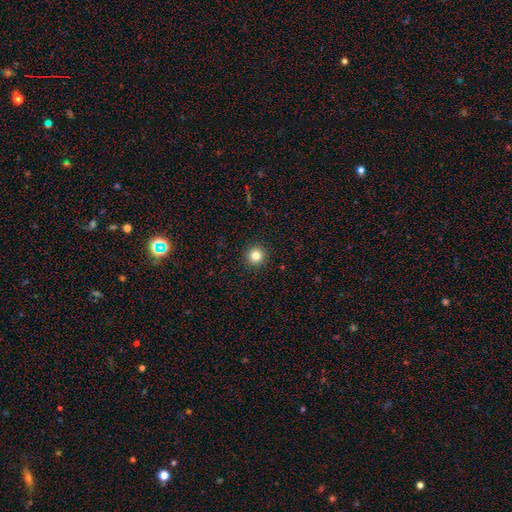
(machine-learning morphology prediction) Smooth or featured: smooth — 82% (star or artifact — 12%)
How rounded: round — 96% (in between — 3%)
Merging: none — 93% (minor disturbance — 4%)